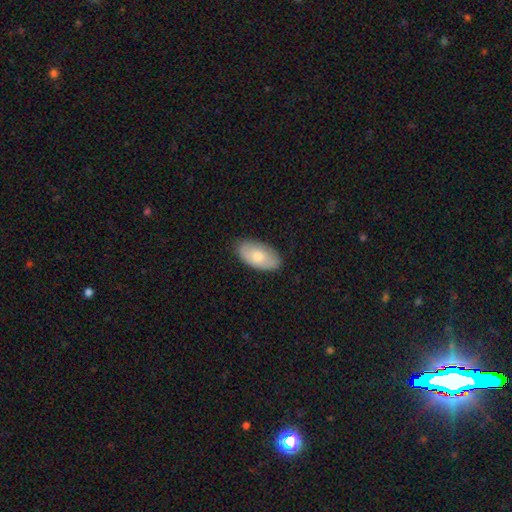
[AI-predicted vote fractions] This is likely a smooth galaxy (71%). How rounded: clearly in between (95%). Merging: clearly none (84%).